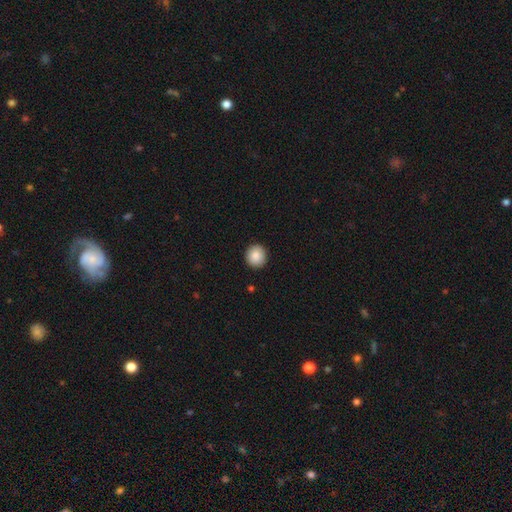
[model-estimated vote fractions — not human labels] A smooth galaxy with no disk features (88%) that is round (91%).

Vote fractions:
- Smooth or featured? smooth: 88% / star or artifact: 8% / featured or disk: 4%
- How rounded? round: 91% / in between: 8% / cigar-shaped: 1%
- Merging? none: 92% / minor disturbance: 5% / major disturbance: 2% / merger: 1%